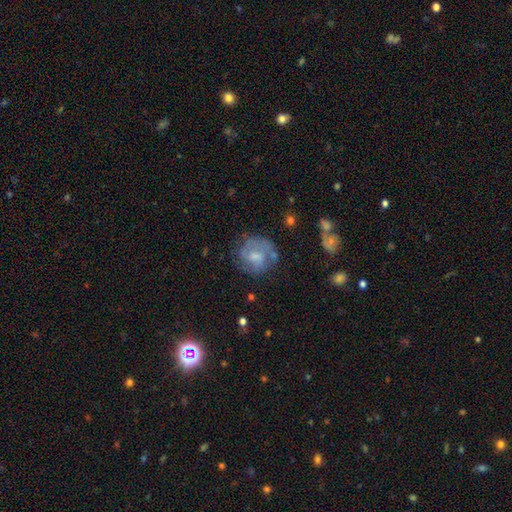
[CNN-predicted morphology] smooth_or_featured: featured or disk (p=0.58) [alt: smooth p=0.34]
disk_edge_on: no (p=0.97) [alt: yes p=0.03]
bar: weak (p=0.49) [alt: no p=0.42]
has_spiral_arms: yes (p=0.77) [alt: no p=0.23]
bulge_size: moderate (p=0.39) [alt: small p=0.37]
merging: none (p=0.60) [alt: minor disturbance p=0.22]